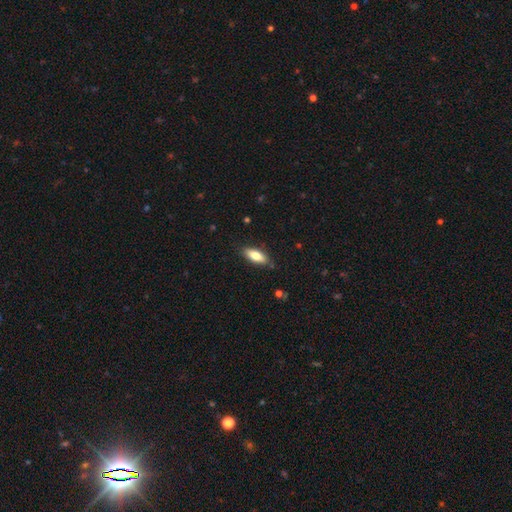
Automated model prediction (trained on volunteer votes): The model was most divided on "how rounded": in between: 75%, cigar-shaped: 23%, round: 2%. More confident: merging — none (86%); smooth or featured — smooth (76%).